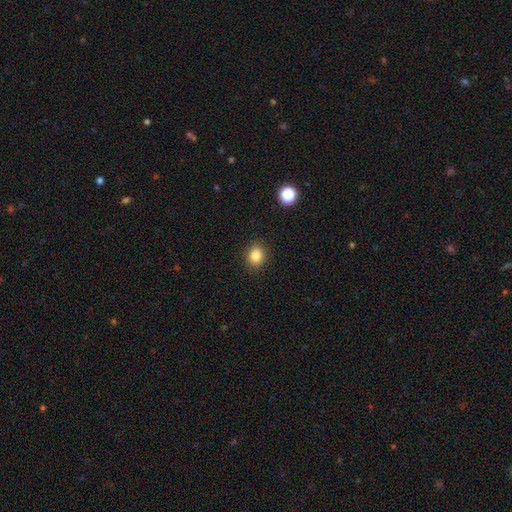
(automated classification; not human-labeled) This appears to be a smooth galaxy with no disk features (83%) that is round (61%). Merging: none (90%).